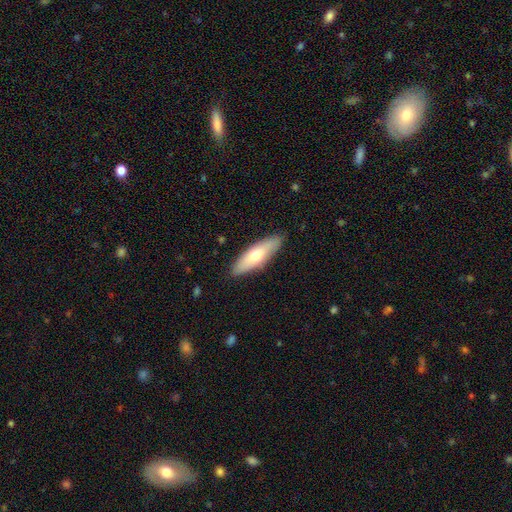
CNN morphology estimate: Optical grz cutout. It shows a smooth galaxy with no disk features (62%) that is cigar-shaped (49%, tied with in between). Merging: none (88%).